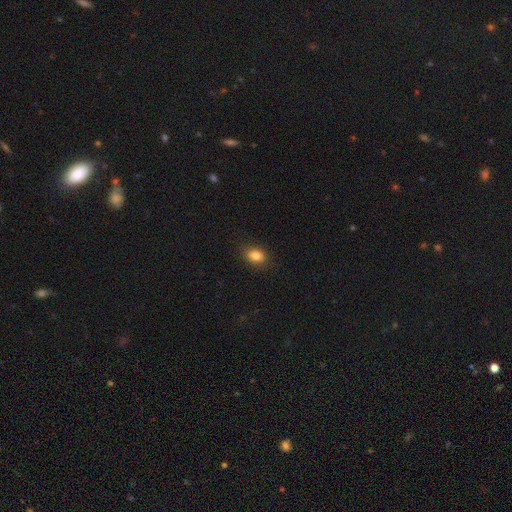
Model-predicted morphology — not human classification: Smooth or featured?
  - smooth: 84% *
  - star or artifact: 10%
  - featured or disk: 7%
How rounded?
  - in between: 77% *
  - round: 21%
  - cigar-shaped: 2%
Merging?
  - none: 85% *
  - minor disturbance: 11%
  - major disturbance: 3%
  - merger: 1%